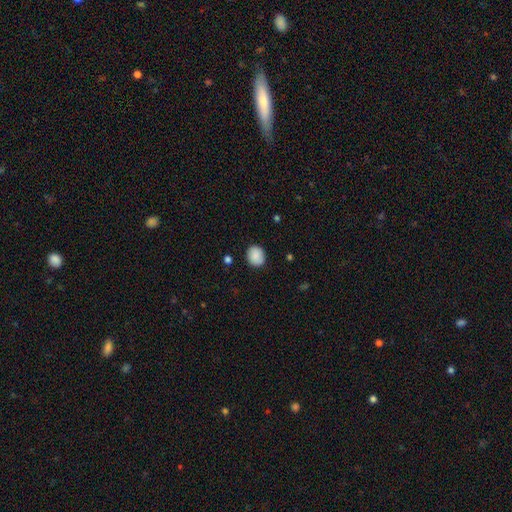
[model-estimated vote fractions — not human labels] A smooth galaxy with no disk features (89%) that is round (67%).

Vote fractions:
- Smooth or featured? smooth: 89% / star or artifact: 8% / featured or disk: 4%
- How rounded? round: 67% / in between: 32% / cigar-shaped: 1%
- Merging? none: 87% / minor disturbance: 10% / major disturbance: 2% / merger: 1%